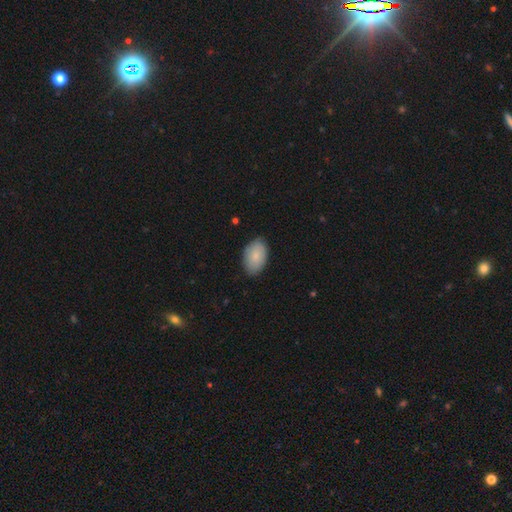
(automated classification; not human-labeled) A smooth galaxy with no disk features (84%) that is in between round and cigar-shaped (92%). Merging: none (82%).